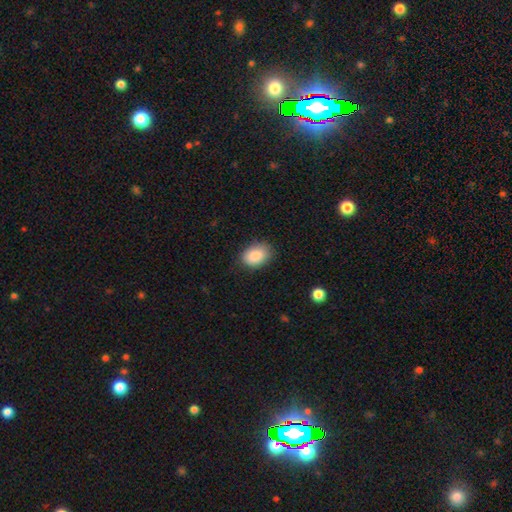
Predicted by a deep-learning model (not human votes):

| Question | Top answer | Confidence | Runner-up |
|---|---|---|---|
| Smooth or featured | smooth | 88% | star or artifact (7%) |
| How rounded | in between | 83% | round (16%) |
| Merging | none | 81% | minor disturbance (15%) |